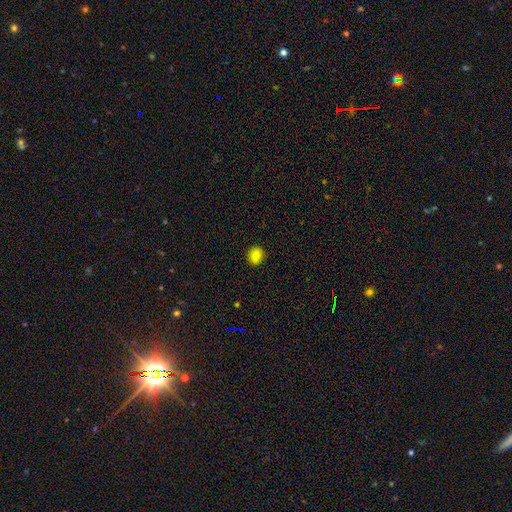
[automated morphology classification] Q: Smooth or featured?
A: smooth (83%); runner-up: star or artifact (12%)
Q: How rounded?
A: round (72%); runner-up: in between (27%)
Q: Merging?
A: none (89%); runner-up: minor disturbance (8%)